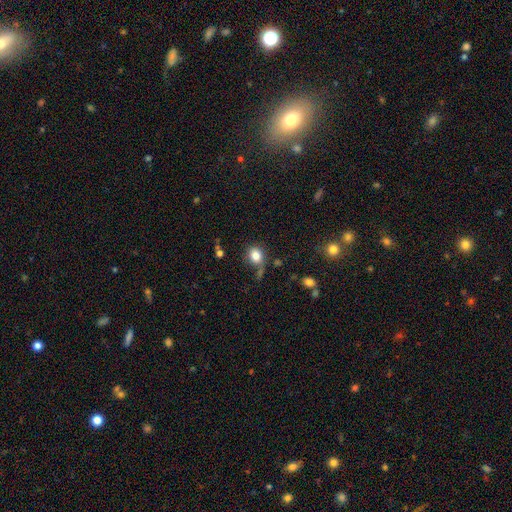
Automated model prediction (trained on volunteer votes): Morphology: type=smooth (82%); roundness=round (62%); merging=none (64%).